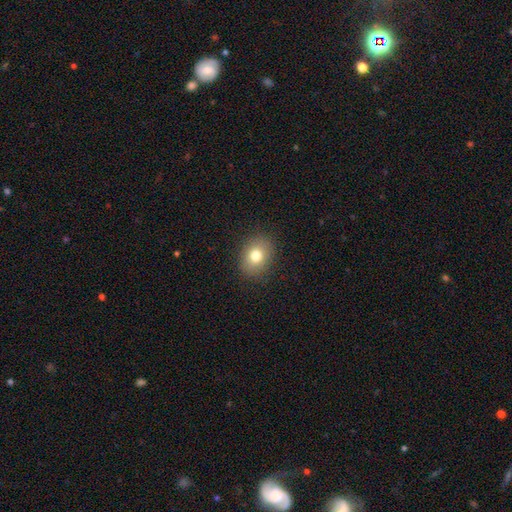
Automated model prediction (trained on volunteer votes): Overall: smooth (77%). How rounded: in between (57%; round 43%). Merging: none (88%).